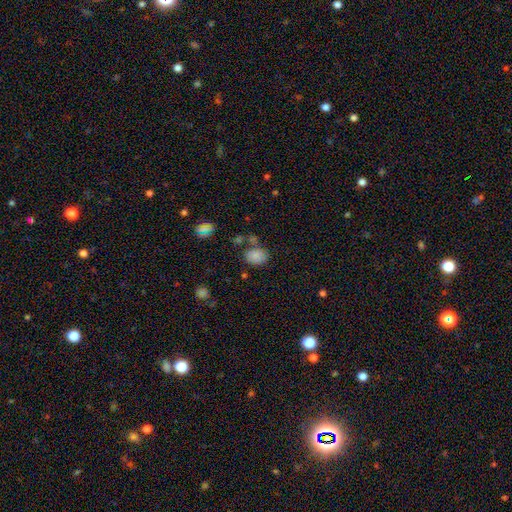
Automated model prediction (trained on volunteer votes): smooth 79%, star or artifact 14%, featured or disk 7%. Down the decision tree: how rounded — in between (60%); merging — none (63%).